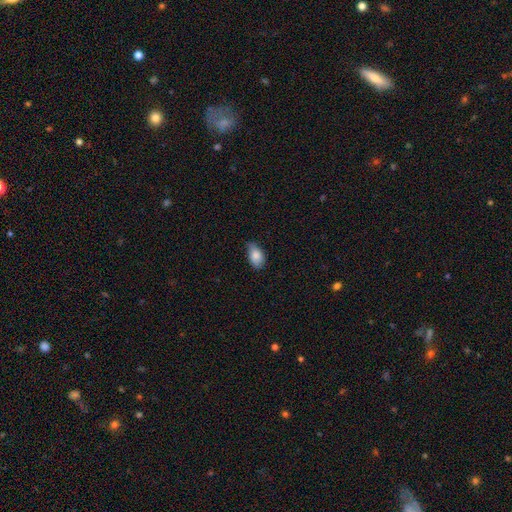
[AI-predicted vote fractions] Smooth or featured: smooth — 84% (featured or disk — 9%)
How rounded: in between — 91% (round — 7%)
Merging: none — 61% (minor disturbance — 33%)